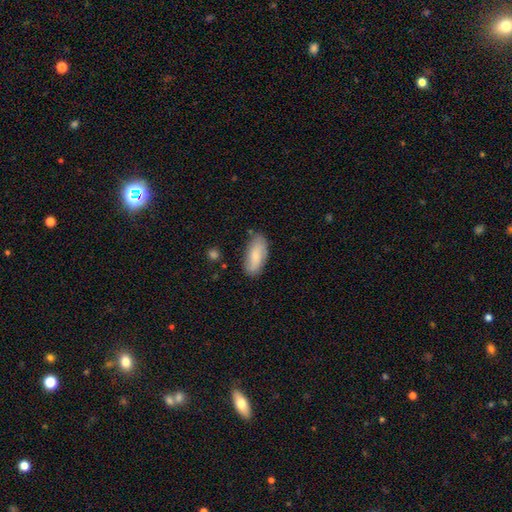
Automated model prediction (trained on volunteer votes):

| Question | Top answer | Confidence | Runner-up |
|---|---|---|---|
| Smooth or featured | smooth | 73% | featured or disk (21%) |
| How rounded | in between | 87% | cigar-shaped (11%) |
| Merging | none | 77% | minor disturbance (18%) |